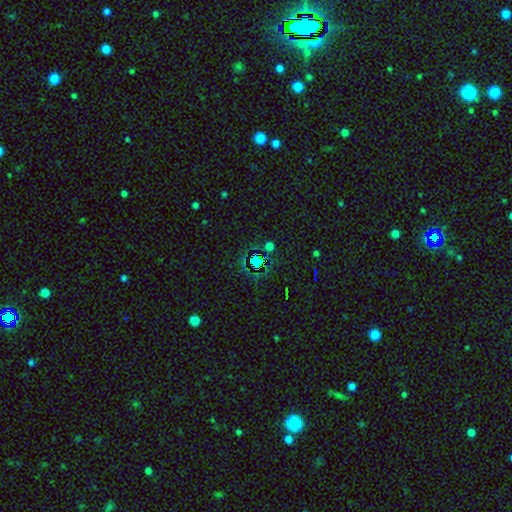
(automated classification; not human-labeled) Morphology: type=star or artifact (78%).